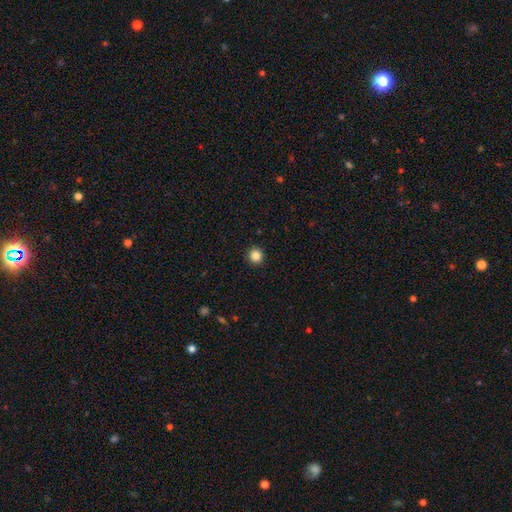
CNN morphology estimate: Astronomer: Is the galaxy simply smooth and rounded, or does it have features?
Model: smooth — 85%.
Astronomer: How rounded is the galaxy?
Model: round — 94%.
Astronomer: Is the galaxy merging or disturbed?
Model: none — 93%.